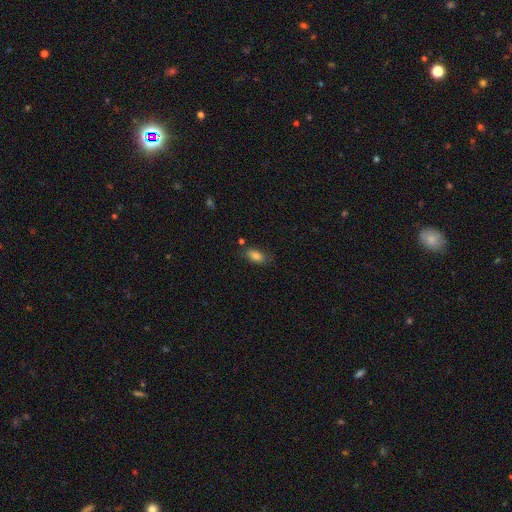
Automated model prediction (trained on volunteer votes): Smooth or featured? Predicted: smooth (p=0.82). How rounded? Predicted: in between (p=0.87). Merging? Predicted: none (p=0.74).